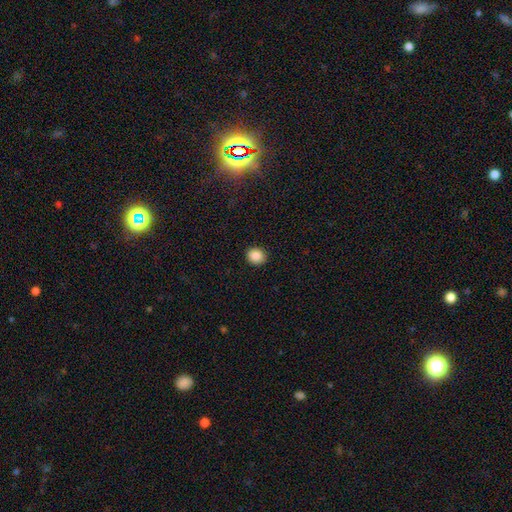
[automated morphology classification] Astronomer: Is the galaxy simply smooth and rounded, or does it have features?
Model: smooth — 88%.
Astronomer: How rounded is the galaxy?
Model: round — 79%.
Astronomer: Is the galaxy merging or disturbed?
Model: none — 91%.